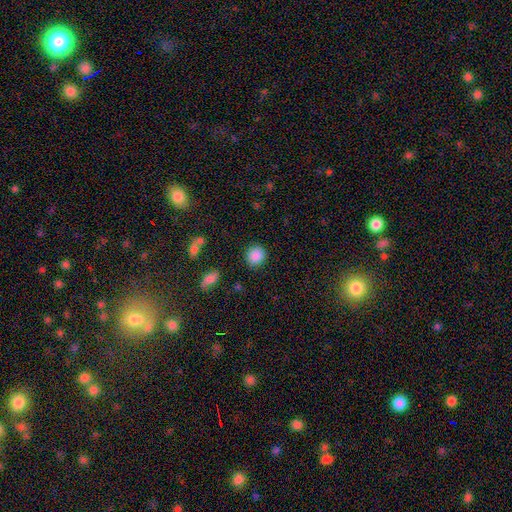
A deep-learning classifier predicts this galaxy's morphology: Overall: smooth (87%). How rounded: round (84%). Merging: none (87%).